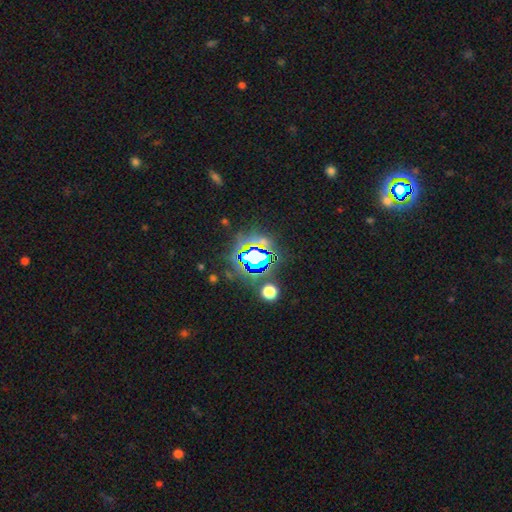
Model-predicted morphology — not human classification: Q: Smooth or featured?
A: star or artifact (72%); runner-up: smooth (16%)